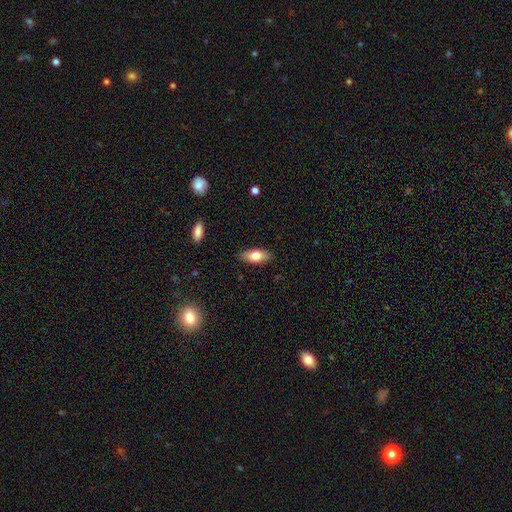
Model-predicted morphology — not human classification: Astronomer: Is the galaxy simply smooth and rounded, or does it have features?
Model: smooth — 77%.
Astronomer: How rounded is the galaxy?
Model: in between — 83%.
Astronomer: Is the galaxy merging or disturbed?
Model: none — 87%.